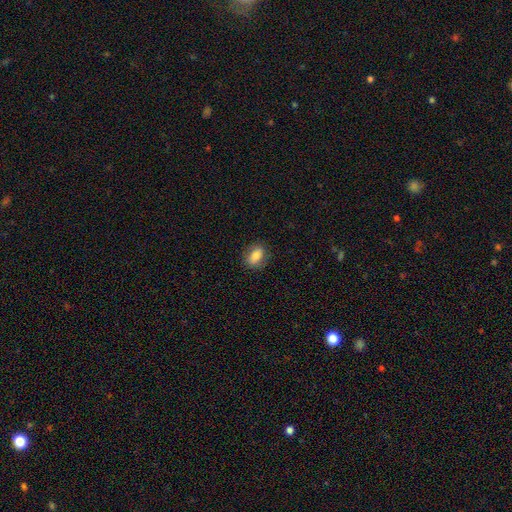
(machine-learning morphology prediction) Overall: smooth (79%). How rounded: in between (79%). Merging: none (83%).